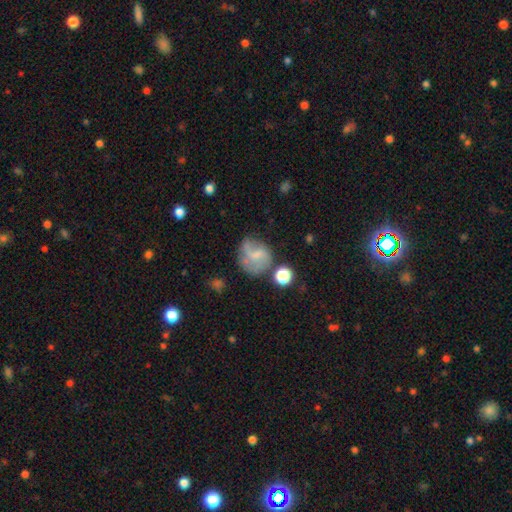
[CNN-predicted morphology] This appears to be a featured or disk galaxy (46%). Merging: none (48%).